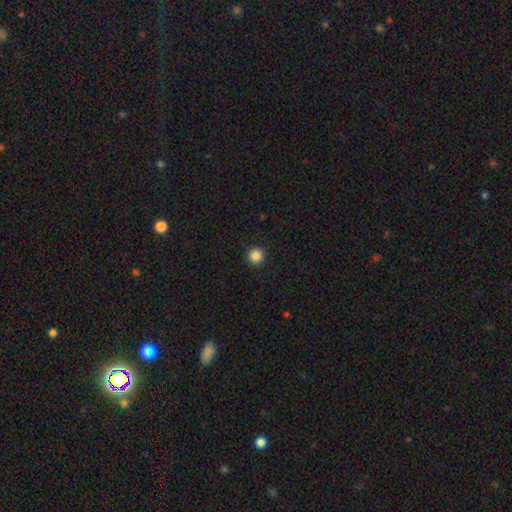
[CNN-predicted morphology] The model was most divided on "smooth or featured": smooth: 86%, star or artifact: 11%, featured or disk: 3%. More confident: how rounded — round (96%); merging — none (93%).